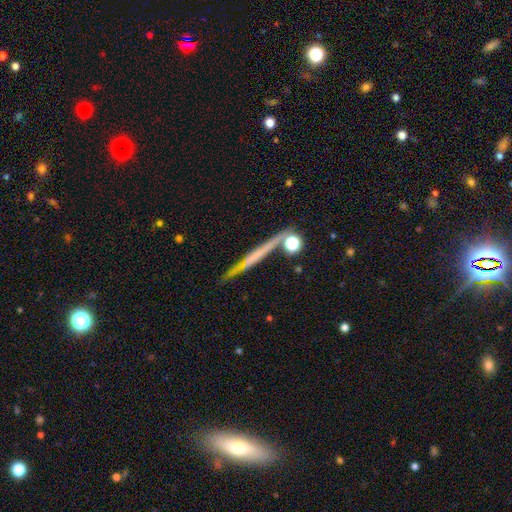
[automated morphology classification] smooth-or-featured: featured or disk: 60% | smooth: 30% | star or artifact: 10%
  disk-edge-on: yes: 96% | no: 4%
    edge-on-bulge: none: 74% | rounded: 18% | boxy: 8%
  merging: none: 83% | minor disturbance: 10% | merger: 5% | major disturbance: 3%